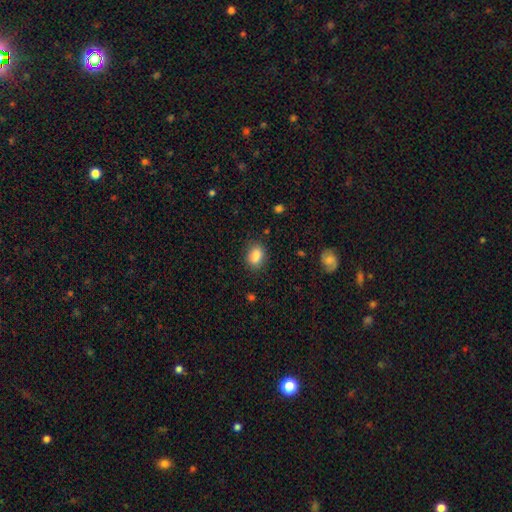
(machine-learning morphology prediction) The model was most divided on "how rounded": in between: 76%, round: 23%, cigar-shaped: 2%. More confident: smooth or featured — smooth (87%); merging — none (83%).